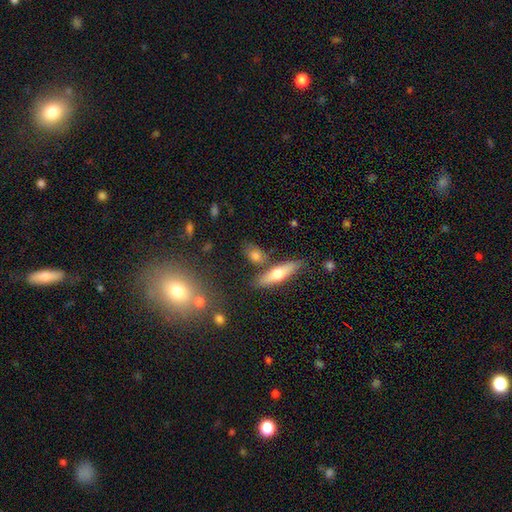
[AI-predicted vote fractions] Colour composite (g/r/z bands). It shows a smooth galaxy with no disk features (69%) that is in between round and cigar-shaped (60%). Merging: none (69%).